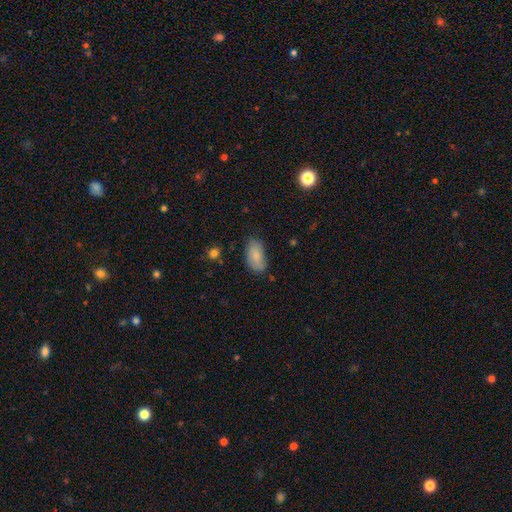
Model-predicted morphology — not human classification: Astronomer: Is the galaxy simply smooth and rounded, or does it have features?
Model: smooth — 82%.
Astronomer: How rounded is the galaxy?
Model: in between — 93%.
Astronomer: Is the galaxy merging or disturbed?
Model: none — 72%.